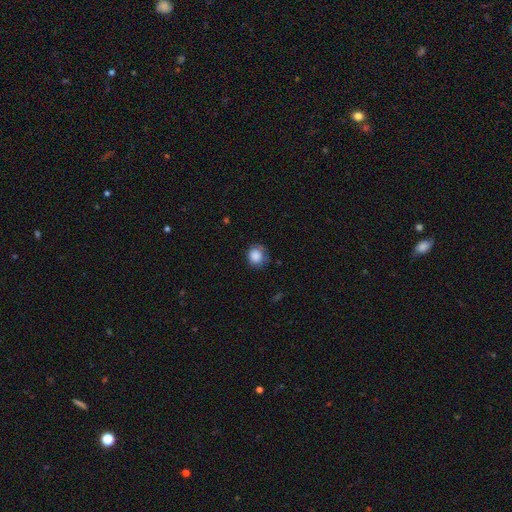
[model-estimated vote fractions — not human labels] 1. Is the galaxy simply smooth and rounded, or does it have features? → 85% smooth, 9% star or artifact, 6% featured or disk.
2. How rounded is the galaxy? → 81% round, 18% in between, 1% cigar-shaped.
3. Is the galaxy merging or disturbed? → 67% none, 24% minor disturbance, 7% major disturbance, 2% merger.